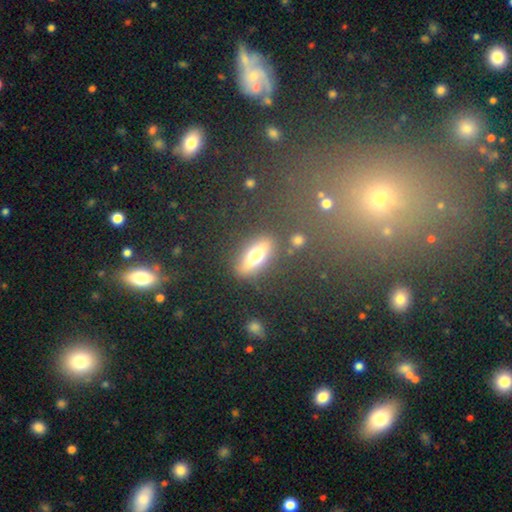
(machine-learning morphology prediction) Overall: smooth (56%; featured or disk 34%). How rounded: in between (57%; cigar-shaped 36%). Merging: none (82%).